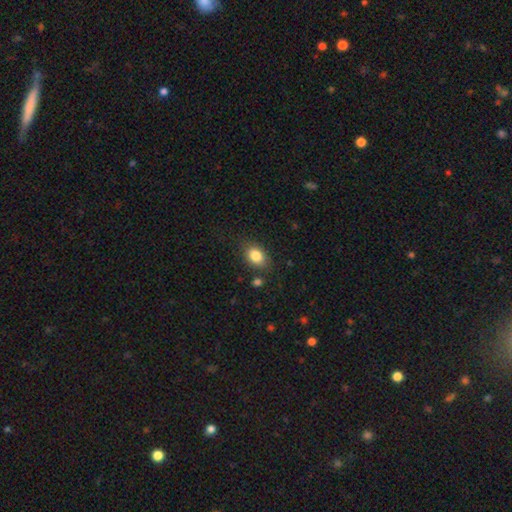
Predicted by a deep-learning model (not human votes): Overall: smooth (83%). How rounded: in between (74%). Merging: none (80%).